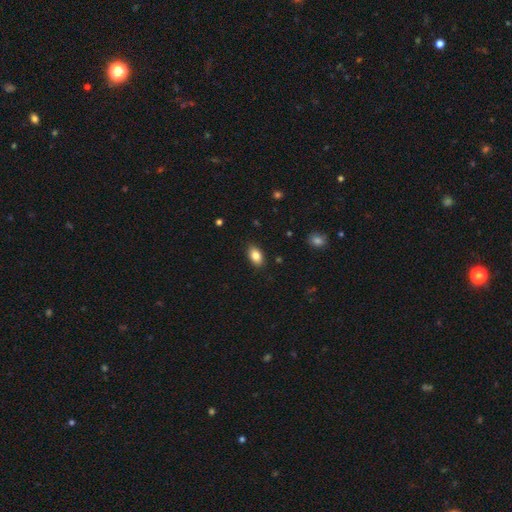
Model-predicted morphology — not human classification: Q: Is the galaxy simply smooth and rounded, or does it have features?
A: smooth — 84%.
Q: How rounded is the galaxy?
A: in between — 89%.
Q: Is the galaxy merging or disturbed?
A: none — 86%.